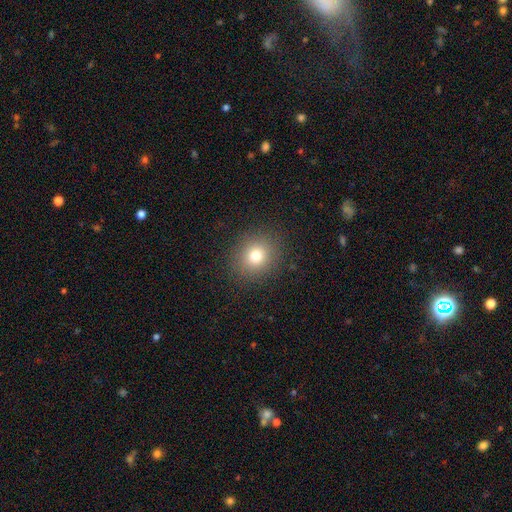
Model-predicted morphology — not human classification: Overall: smooth (77%). How rounded: round (83%). Merging: none (89%).